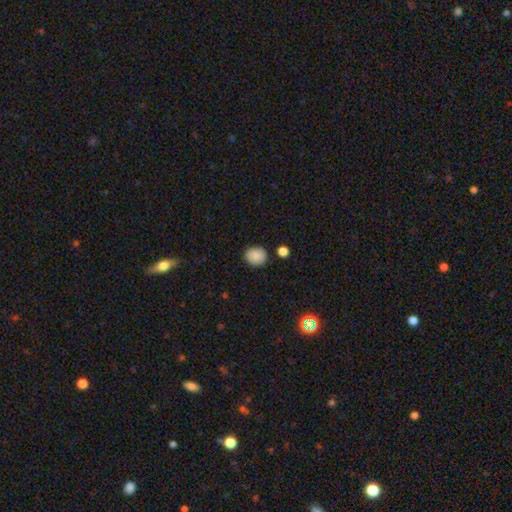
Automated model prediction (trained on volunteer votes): Overall: smooth (88%). How rounded: round (61%; in between 38%). Merging: none (84%).